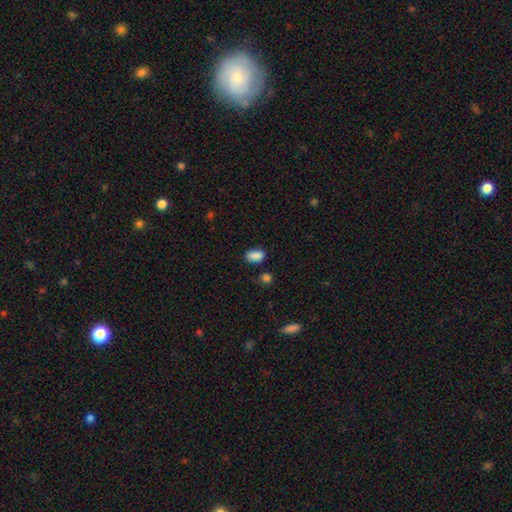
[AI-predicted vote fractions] smooth_or_featured: smooth (p=0.87) [alt: star or artifact p=0.09]
how_rounded: in between (p=0.88) [alt: round p=0.10]
merging: none (p=0.73) [alt: minor disturbance p=0.18]